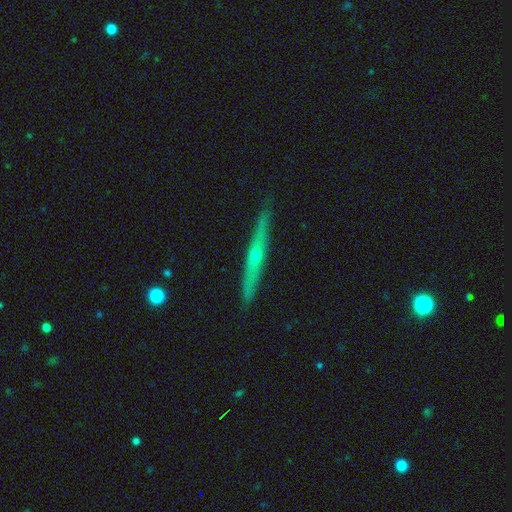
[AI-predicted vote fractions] Overall: featured or disk (74%). Edge-on disk: yes (96%). Edge-on bulge: rounded (78%). Merging: none (90%).